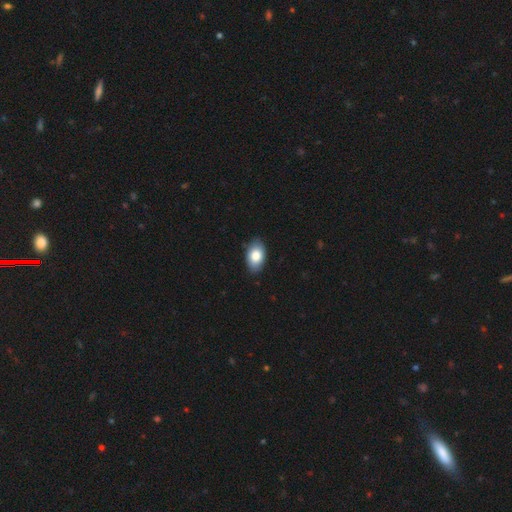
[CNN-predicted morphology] Smooth or featured?
  - smooth: 81% *
  - featured or disk: 12%
  - star or artifact: 7%
How rounded?
  - in between: 92% *
  - round: 7%
  - cigar-shaped: 1%
Merging?
  - none: 86% *
  - minor disturbance: 12%
  - major disturbance: 2%
  - merger: 1%